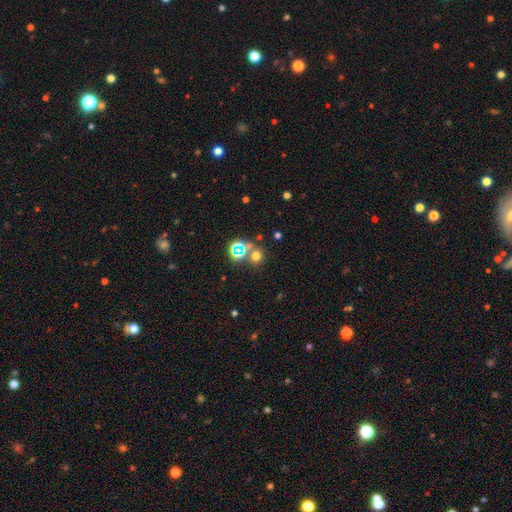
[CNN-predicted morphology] smooth_or_featured: smooth (p=0.60) [alt: star or artifact p=0.31]
how_rounded: round (p=0.85) [alt: in between p=0.14]
merging: none (p=0.67) [alt: merger p=0.22]